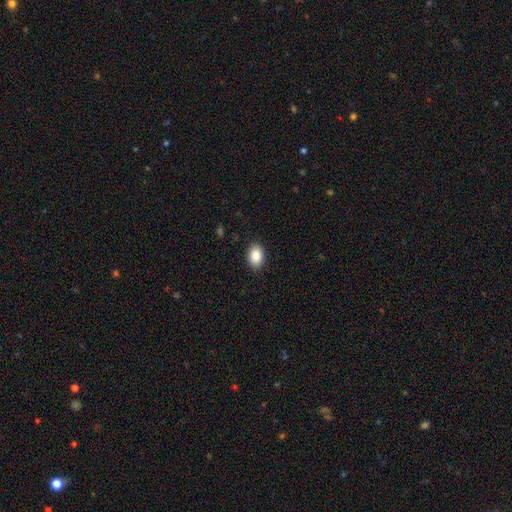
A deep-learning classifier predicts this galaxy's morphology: Smooth or featured? smooth (88%)
How rounded? in between (82%)
Merging? none (89%)